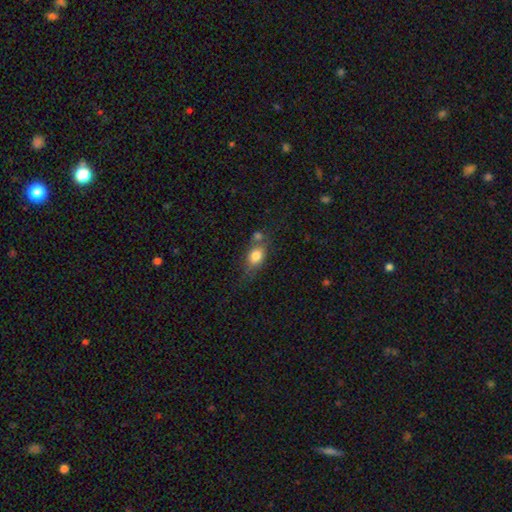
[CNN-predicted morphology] This appears to be a smooth galaxy with no disk features (78%) that is in between round and cigar-shaped (70%). Merging: none (48%).